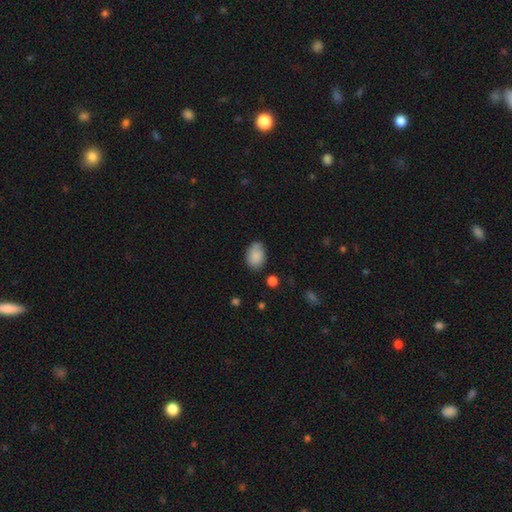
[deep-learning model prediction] This is clearly a smooth galaxy (86%). How rounded: clearly in between (82%). Merging: likely none (71%).